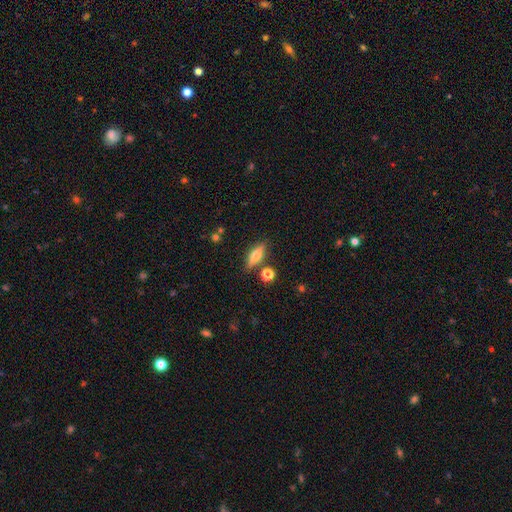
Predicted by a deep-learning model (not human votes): smooth_or_featured: smooth (p=0.57) [alt: featured or disk p=0.34]
how_rounded: in between (p=0.48) [alt: cigar-shaped p=0.47]
merging: none (p=0.79) [alt: minor disturbance p=0.12]